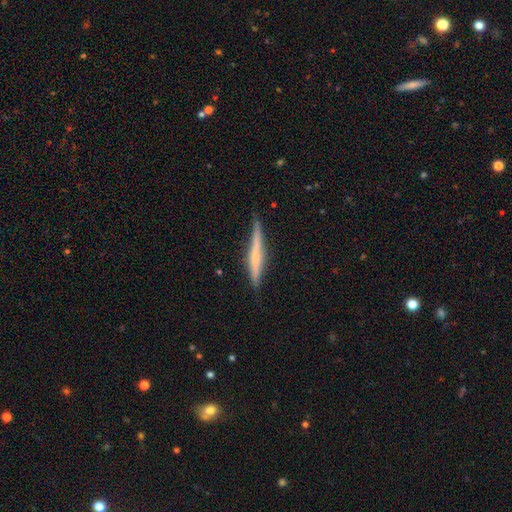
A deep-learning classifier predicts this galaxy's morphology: A featured or disk galaxy (63%) viewed edge-on (97%) with a rounded central bulge (52%). Merging: none (85%).